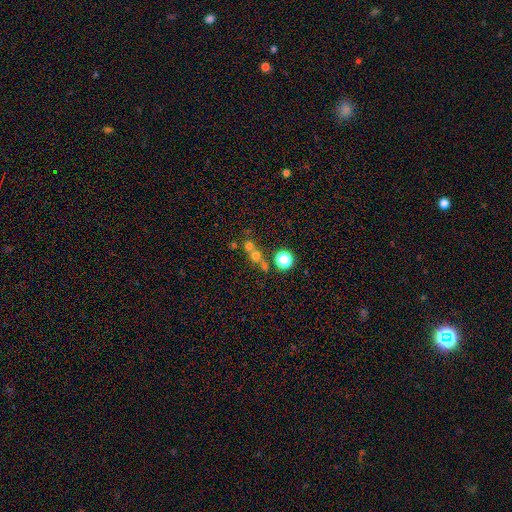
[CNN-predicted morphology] This is likely a smooth galaxy (62%). How rounded: clearly round (86%). Merging: possibly none (46%).